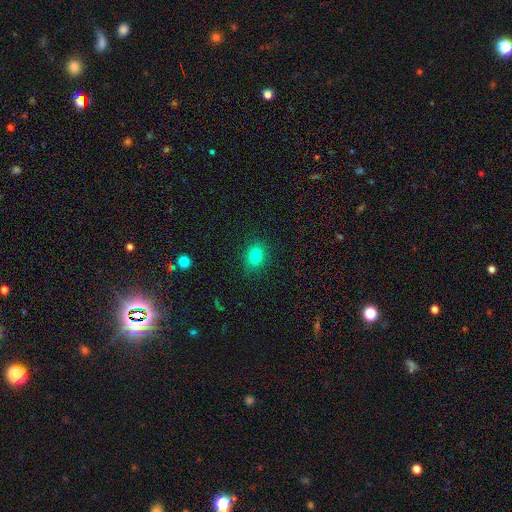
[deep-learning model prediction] Morphology: type=smooth (81%); roundness=in between (59%); merging=none (87%).